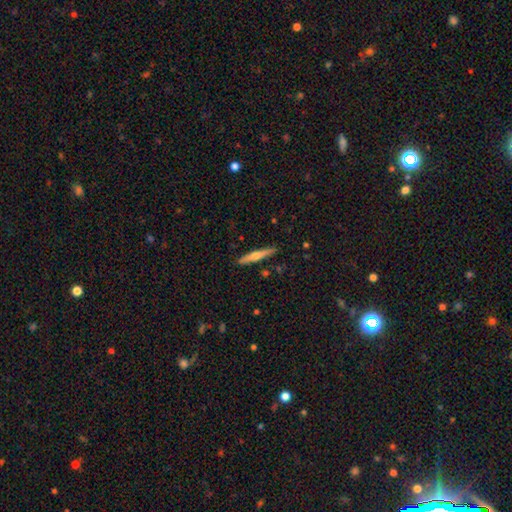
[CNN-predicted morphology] Smooth or featured: smooth — 49% (featured or disk — 46%)
Merging: none — 88% (minor disturbance — 8%)